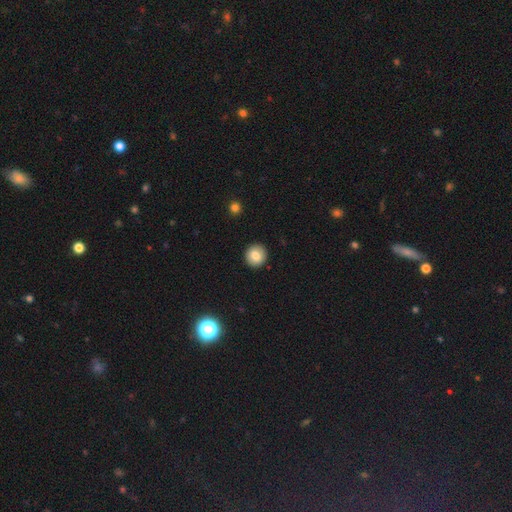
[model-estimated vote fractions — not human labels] smooth 81%, featured or disk 11%, star or artifact 8%. Down the decision tree: how rounded — round (90%); merging — none (92%).